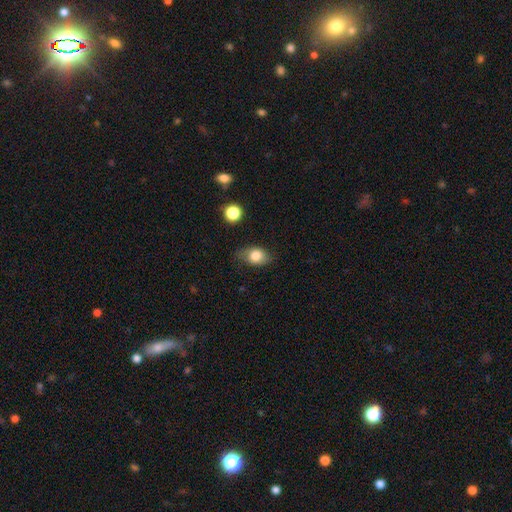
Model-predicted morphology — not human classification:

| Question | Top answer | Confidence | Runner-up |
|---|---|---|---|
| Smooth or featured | smooth | 79% | featured or disk (12%) |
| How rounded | in between | 74% | round (24%) |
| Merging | none | 70% | minor disturbance (23%) |